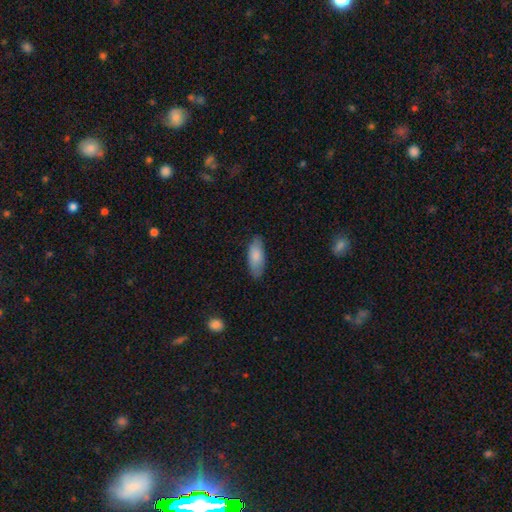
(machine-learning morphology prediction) Smooth or featured?
  - smooth: 81% *
  - featured or disk: 14%
  - star or artifact: 6%
How rounded?
  - in between: 80% *
  - cigar-shaped: 18%
  - round: 2%
Merging?
  - none: 81% *
  - minor disturbance: 15%
  - major disturbance: 3%
  - merger: 1%